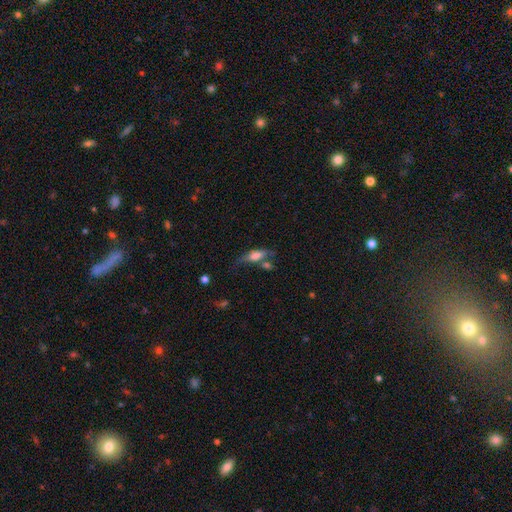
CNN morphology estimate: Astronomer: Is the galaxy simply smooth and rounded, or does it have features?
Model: smooth — 60%.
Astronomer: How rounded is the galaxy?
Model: in between — 60% (runner-up: cigar-shaped, 36%).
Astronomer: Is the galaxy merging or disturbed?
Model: none — 46% (runner-up: minor disturbance, 22%).